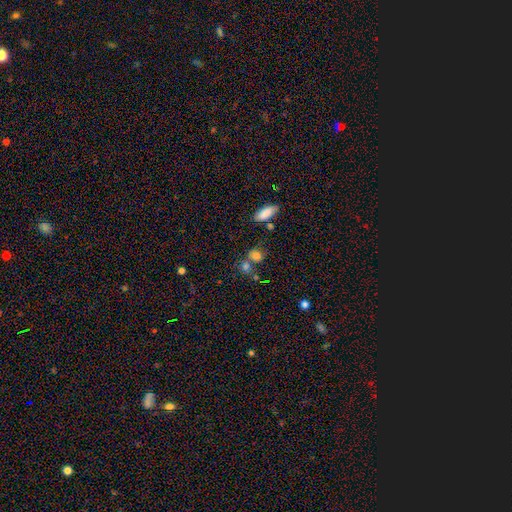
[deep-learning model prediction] Morphology: type=smooth (78%); roundness=round (64%); merging=none (51%).